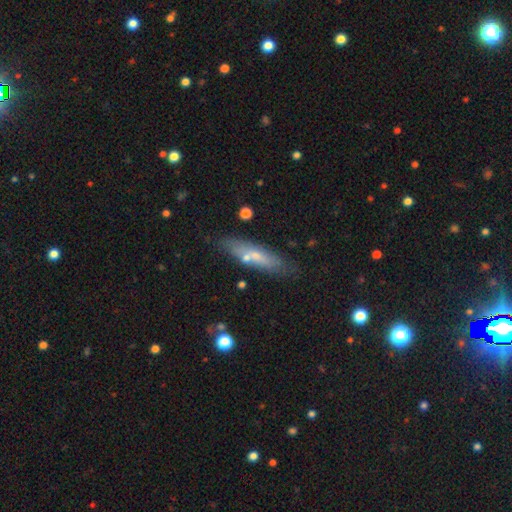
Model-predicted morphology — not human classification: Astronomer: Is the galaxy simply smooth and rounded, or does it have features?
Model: smooth — 57% (runner-up: featured or disk, 35%).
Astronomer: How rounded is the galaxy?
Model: cigar-shaped — 74%.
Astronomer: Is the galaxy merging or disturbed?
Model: none — 77%.